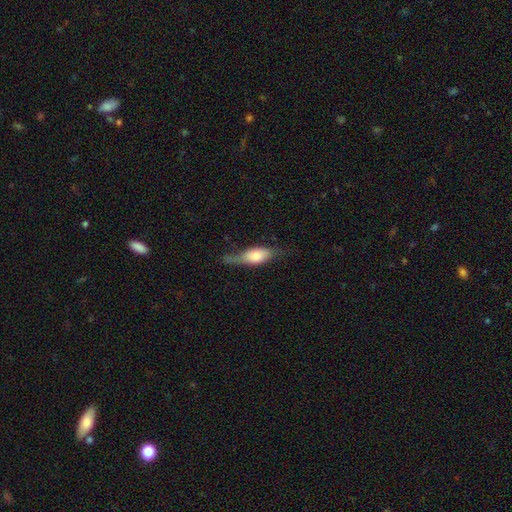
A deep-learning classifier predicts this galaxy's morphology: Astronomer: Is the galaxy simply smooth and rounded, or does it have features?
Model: smooth — 60%.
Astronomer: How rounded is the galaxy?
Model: in between — 72%.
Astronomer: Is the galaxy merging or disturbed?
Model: none — 42% (runner-up: minor disturbance, 35%).